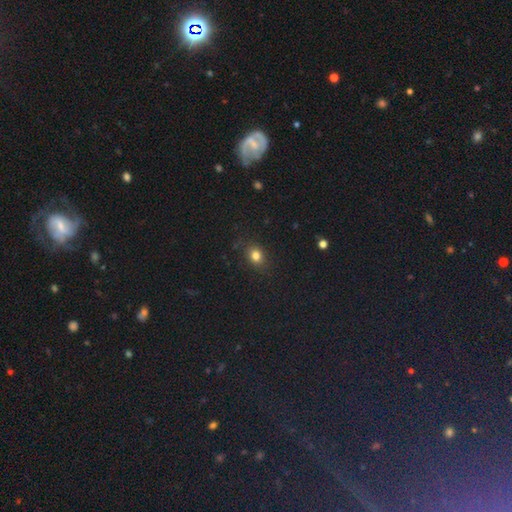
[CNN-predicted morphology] The model was most divided on "how rounded": round: 54%, in between: 45%, cigar-shaped: 1%. More confident: merging — none (85%); smooth or featured — smooth (80%).